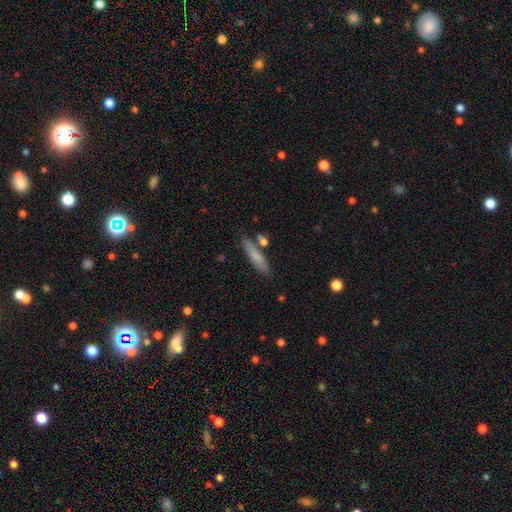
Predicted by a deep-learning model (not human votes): A smooth galaxy with no disk features (72%) that is cigar-shaped (82%). Merging: none (80%).